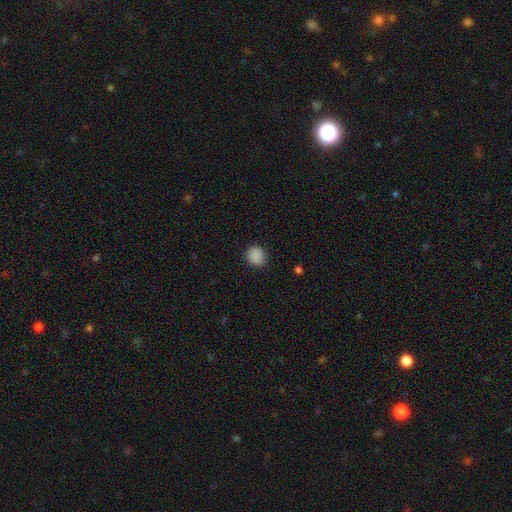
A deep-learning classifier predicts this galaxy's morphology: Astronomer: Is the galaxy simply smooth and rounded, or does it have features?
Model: smooth — 88%.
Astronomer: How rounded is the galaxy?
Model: round — 82%.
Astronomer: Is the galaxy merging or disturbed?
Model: none — 87%.